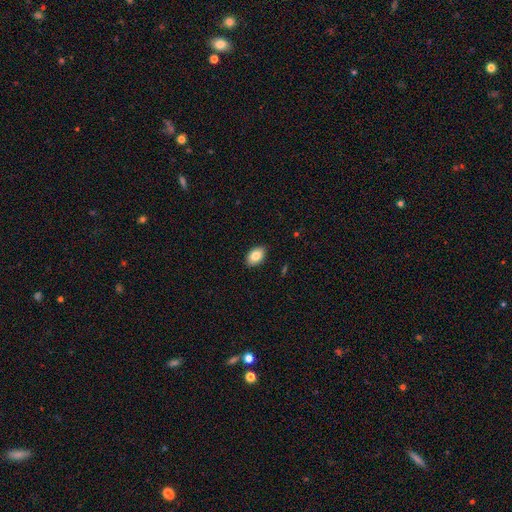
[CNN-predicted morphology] Q: Smooth or featured?
A: smooth (84%); runner-up: featured or disk (9%)
Q: How rounded?
A: in between (89%); runner-up: round (9%)
Q: Merging?
A: none (89%); runner-up: minor disturbance (9%)